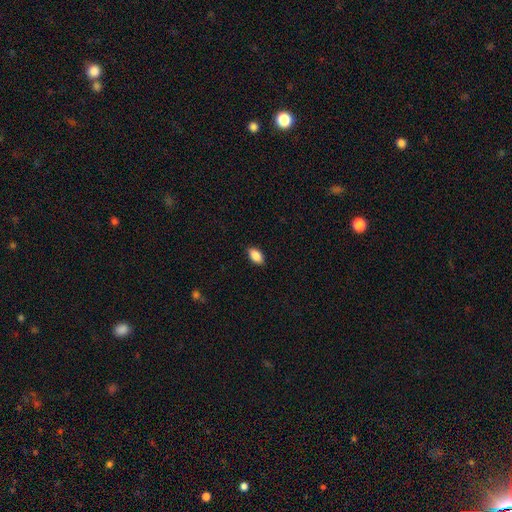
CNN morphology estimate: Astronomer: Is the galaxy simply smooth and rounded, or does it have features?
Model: smooth — 88%.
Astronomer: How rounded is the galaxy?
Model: in between — 92%.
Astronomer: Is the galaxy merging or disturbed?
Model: none — 88%.